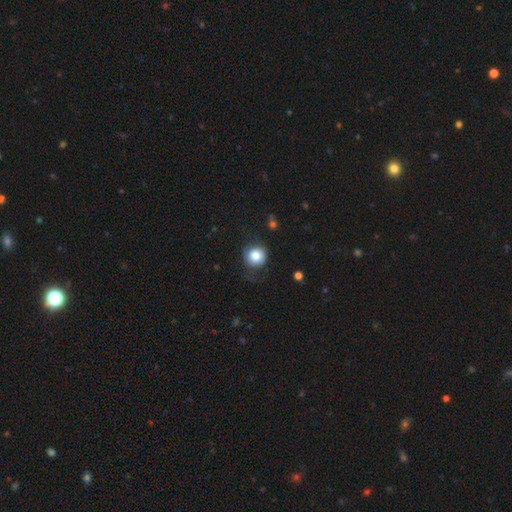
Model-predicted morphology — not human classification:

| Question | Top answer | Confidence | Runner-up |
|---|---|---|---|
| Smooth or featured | smooth | 79% | featured or disk (12%) |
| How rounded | round | 90% | in between (9%) |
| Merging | none | 71% | minor disturbance (19%) |